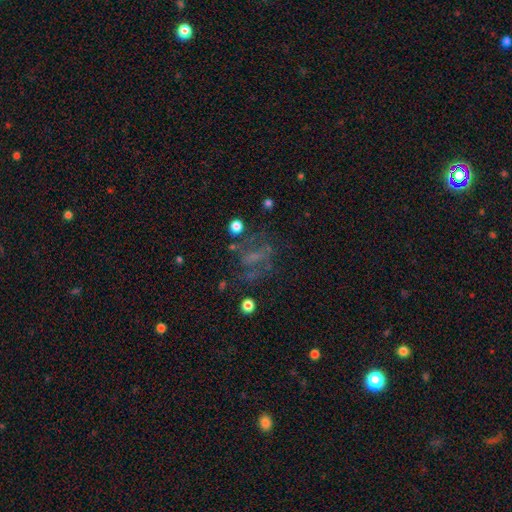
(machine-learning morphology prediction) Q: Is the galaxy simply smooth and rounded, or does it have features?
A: featured or disk — 48%.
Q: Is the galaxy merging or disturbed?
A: none — 49%.